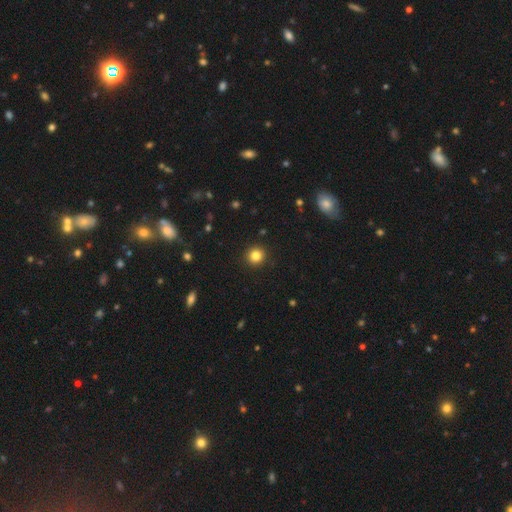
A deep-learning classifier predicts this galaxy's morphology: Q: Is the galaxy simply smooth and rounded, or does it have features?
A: smooth — 84%.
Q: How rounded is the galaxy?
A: round — 94%.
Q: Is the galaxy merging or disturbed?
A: none — 93%.